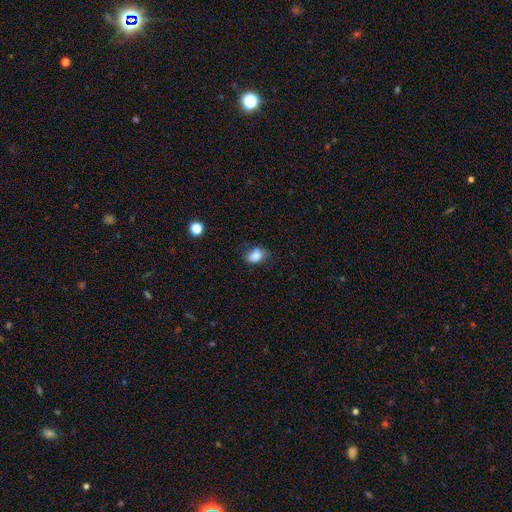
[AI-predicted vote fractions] Smooth or featured: smooth — 82% (star or artifact — 10%)
How rounded: in between — 73% (round — 26%)
Merging: none — 57% (minor disturbance — 30%)